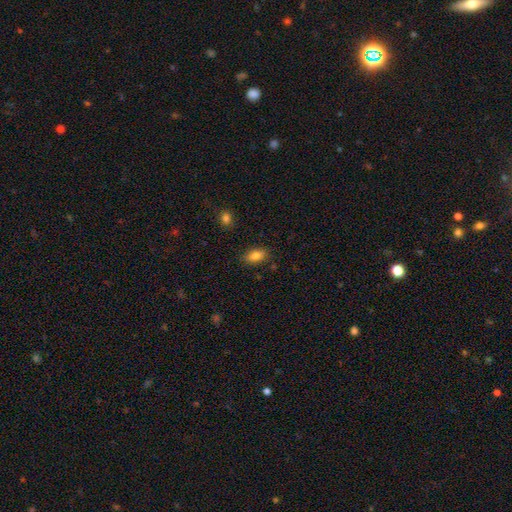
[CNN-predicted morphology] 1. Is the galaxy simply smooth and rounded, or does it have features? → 83% smooth, 9% star or artifact, 8% featured or disk.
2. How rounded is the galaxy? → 89% in between, 7% round, 4% cigar-shaped.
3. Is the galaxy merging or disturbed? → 85% none, 11% minor disturbance, 3% major disturbance, 2% merger.